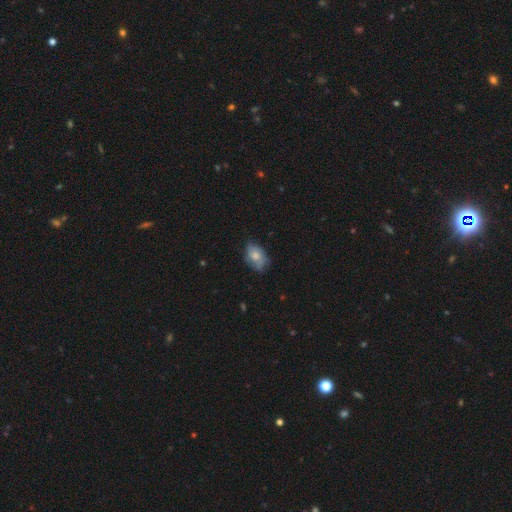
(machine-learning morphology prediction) Overall: smooth (64%; featured or disk 27%). How rounded: in between (86%). Merging: none (57%; minor disturbance 31%).